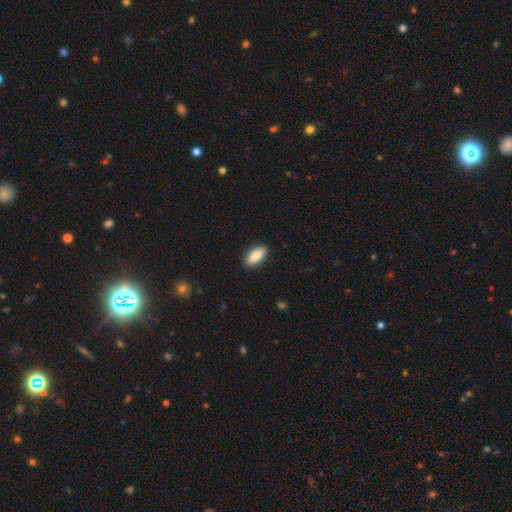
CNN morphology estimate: Smooth or featured?
  - smooth: 87% *
  - featured or disk: 7%
  - star or artifact: 6%
How rounded?
  - in between: 82% *
  - cigar-shaped: 16%
  - round: 2%
Merging?
  - none: 90% *
  - minor disturbance: 8%
  - major disturbance: 2%
  - merger: 1%